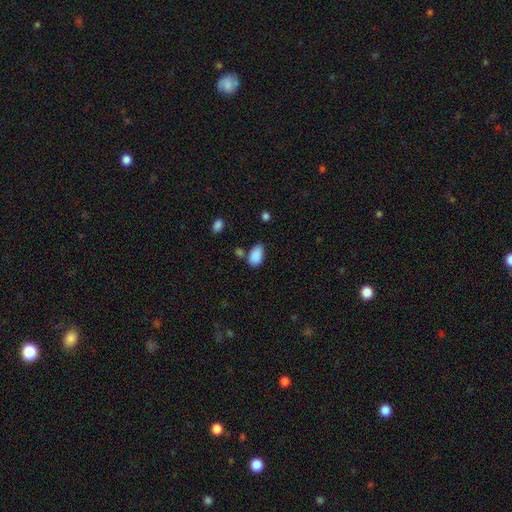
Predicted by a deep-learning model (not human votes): Q: Smooth or featured?
A: smooth (88%); runner-up: star or artifact (8%)
Q: How rounded?
A: in between (91%); runner-up: round (7%)
Q: Merging?
A: none (62%); runner-up: minor disturbance (24%)